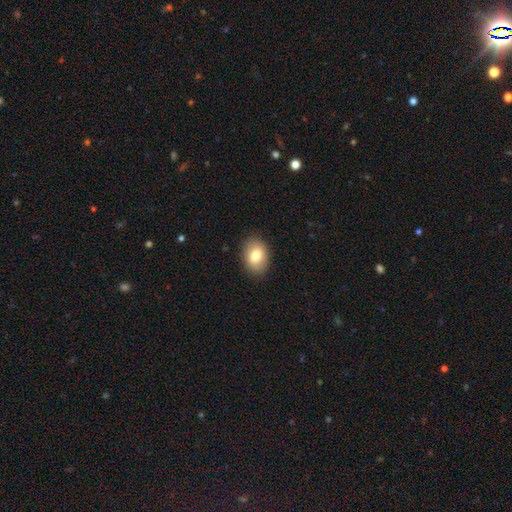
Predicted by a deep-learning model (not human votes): Smooth or featured?
  - smooth: 79% *
  - featured or disk: 13%
  - star or artifact: 8%
How rounded?
  - in between: 77% *
  - round: 22%
  - cigar-shaped: 1%
Merging?
  - none: 87% *
  - minor disturbance: 10%
  - major disturbance: 2%
  - merger: 1%